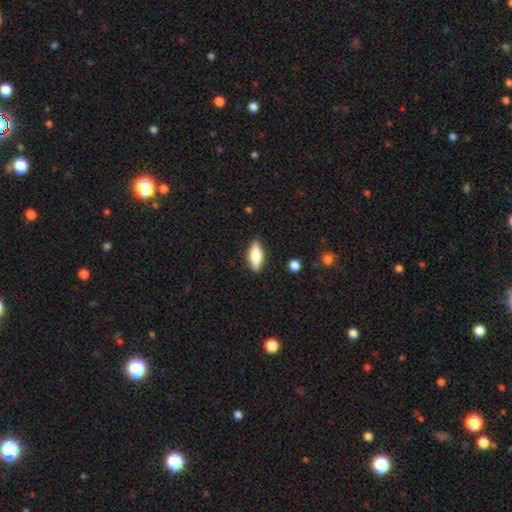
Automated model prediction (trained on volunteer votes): A smooth galaxy with no disk features (64%) that is in between round and cigar-shaped (61%). Merging: none (86%).